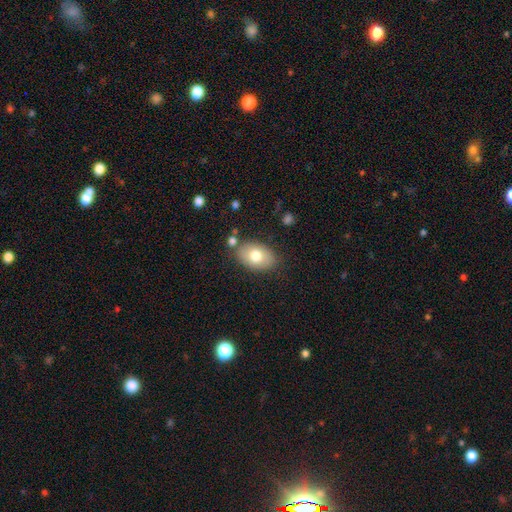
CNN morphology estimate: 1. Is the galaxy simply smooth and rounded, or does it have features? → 76% smooth, 17% featured or disk, 7% star or artifact.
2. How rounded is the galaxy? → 87% in between, 12% round, 1% cigar-shaped.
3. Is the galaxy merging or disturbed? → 78% none, 13% minor disturbance, 5% merger, 3% major disturbance.